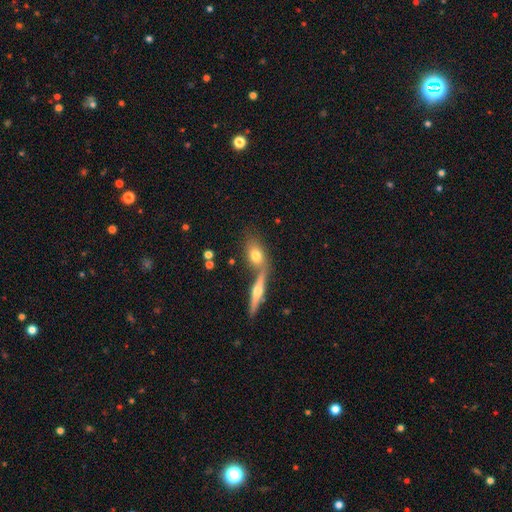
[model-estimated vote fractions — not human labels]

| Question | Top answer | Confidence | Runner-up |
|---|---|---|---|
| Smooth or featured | smooth | 66% | featured or disk (26%) |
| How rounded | in between | 73% | round (16%) |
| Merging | none | 51% | merger (35%) |